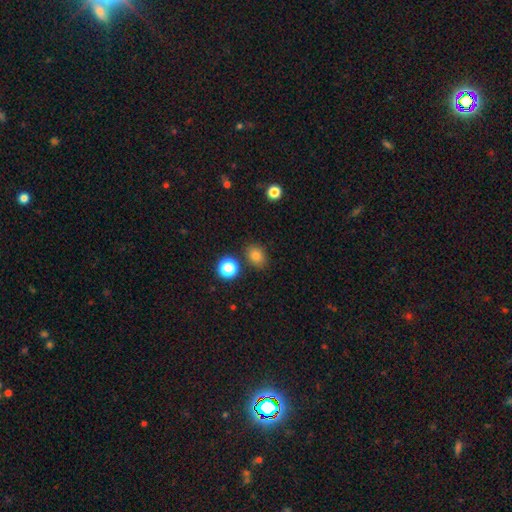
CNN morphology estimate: The model was most divided on "how rounded": in between: 53%, round: 46%, cigar-shaped: 1%. More confident: merging — none (81%); smooth or featured — smooth (80%).